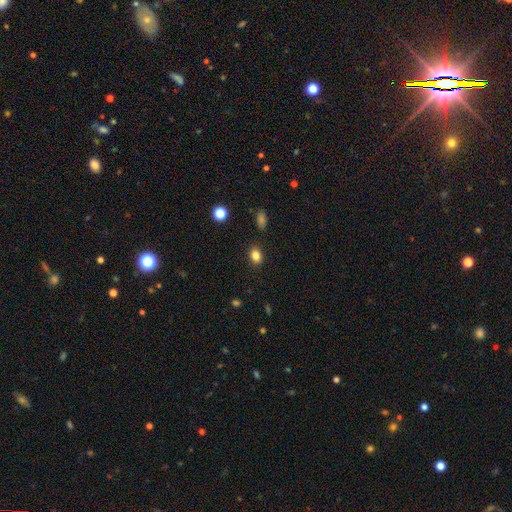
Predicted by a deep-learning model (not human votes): smooth 84%, star or artifact 11%, featured or disk 6%. Down the decision tree: how rounded — in between (66%); merging — none (87%).